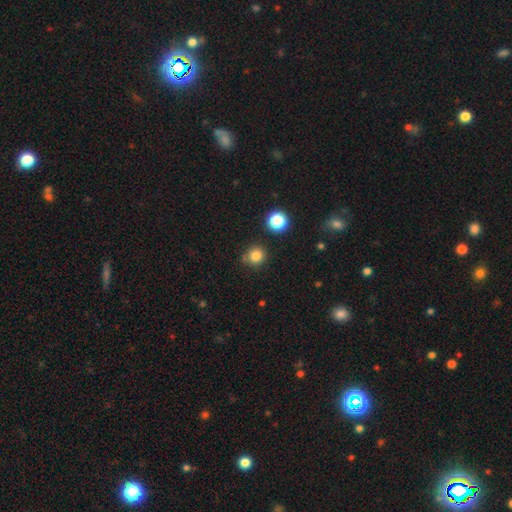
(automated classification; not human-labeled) smooth-or-featured: smooth: 83% | star or artifact: 13% | featured or disk: 5%
  how-rounded: round: 92% | in between: 7% | cigar-shaped: 1%
  merging: none: 82% | minor disturbance: 11% | merger: 4% | major disturbance: 3%